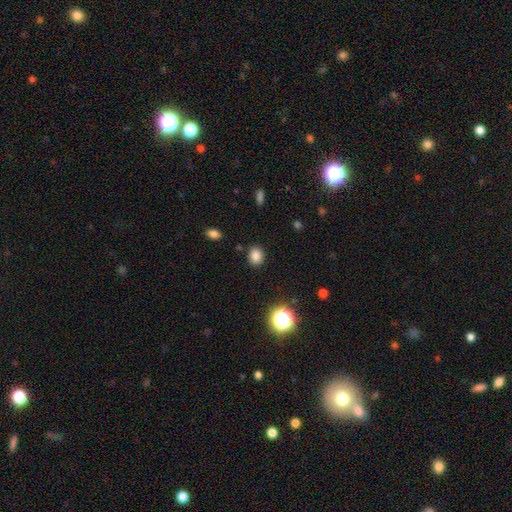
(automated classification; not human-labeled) The model was most divided on "how rounded": round: 54%, in between: 45%, cigar-shaped: 1%. More confident: merging — none (87%); smooth or featured — smooth (83%).